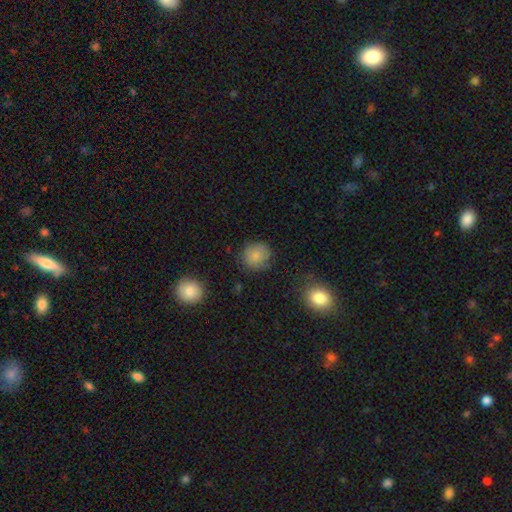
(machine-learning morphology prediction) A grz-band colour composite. It shows a smooth galaxy with no disk features (80%) that is round (84%). Merging: none (74%).